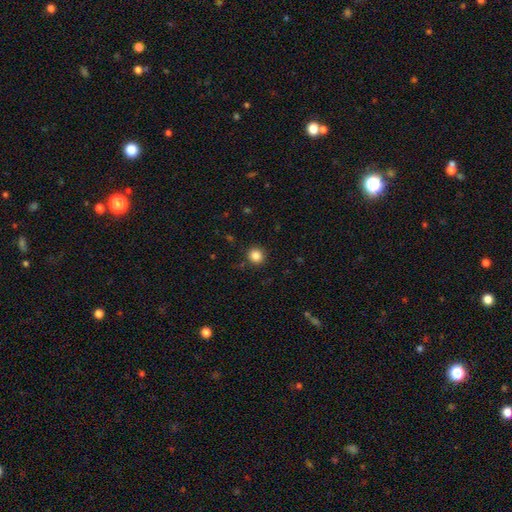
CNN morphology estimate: The model was most divided on "smooth or featured": smooth: 85%, star or artifact: 11%, featured or disk: 4%. More confident: how rounded — round (92%); merging — none (91%).